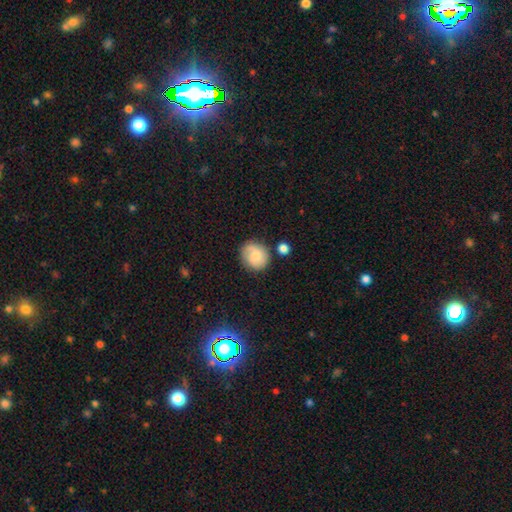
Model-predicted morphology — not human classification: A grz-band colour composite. It shows a smooth galaxy with no disk features (60%) that is round (77%). Merging: none (72%).